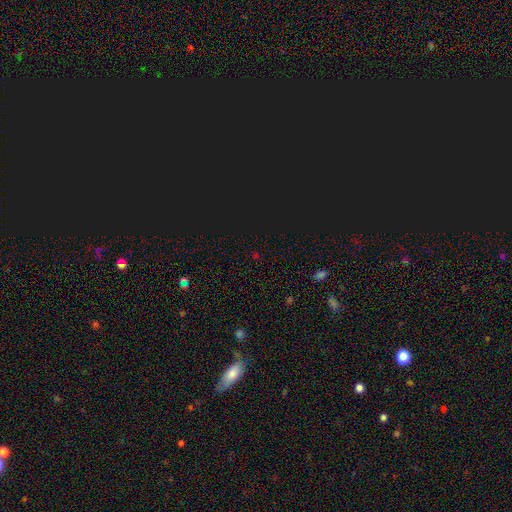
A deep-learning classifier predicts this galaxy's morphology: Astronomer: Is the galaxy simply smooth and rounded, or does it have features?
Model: star or artifact — 71%.